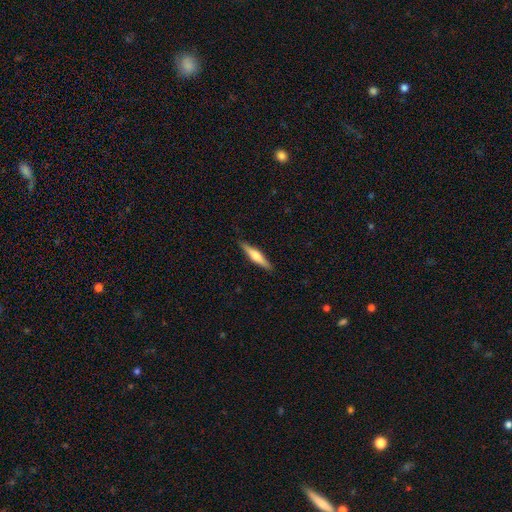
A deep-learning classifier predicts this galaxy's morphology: Smooth or featured? featured or disk (53%)
Edge-on disk? yes (96%)
Edge-on bulge? rounded (85%)
Merging? none (89%)